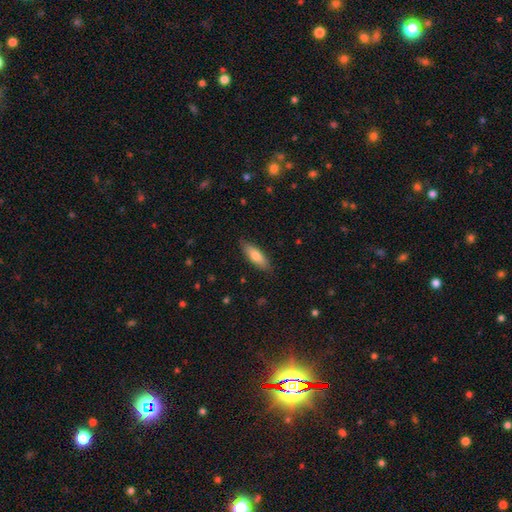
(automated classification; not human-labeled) smooth-or-featured: smooth: 75% | featured or disk: 19% | star or artifact: 6%
  how-rounded: in between: 54% | cigar-shaped: 44% | round: 2%
  merging: none: 86% | minor disturbance: 11% | major disturbance: 2% | merger: 1%